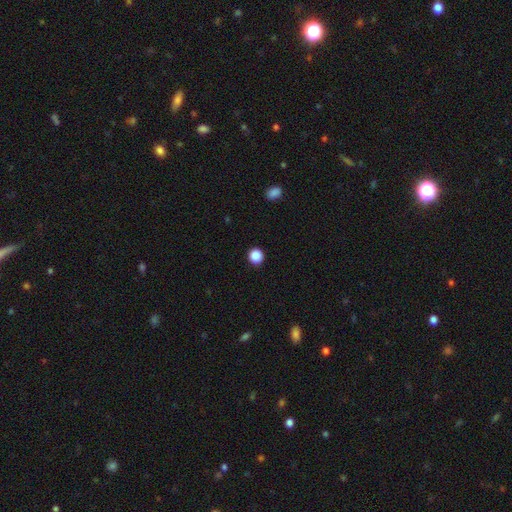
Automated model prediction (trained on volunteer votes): Morphology: type=smooth (88%); roundness=round (94%); merging=none (93%).